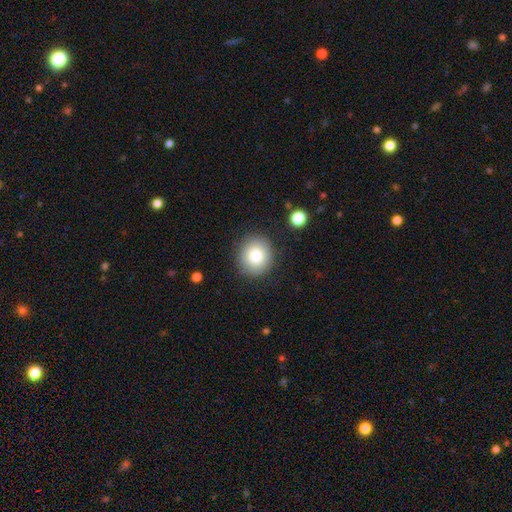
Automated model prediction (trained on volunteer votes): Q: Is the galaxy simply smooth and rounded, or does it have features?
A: smooth — 82%.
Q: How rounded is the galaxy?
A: round — 85%.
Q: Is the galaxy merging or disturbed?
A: none — 87%.